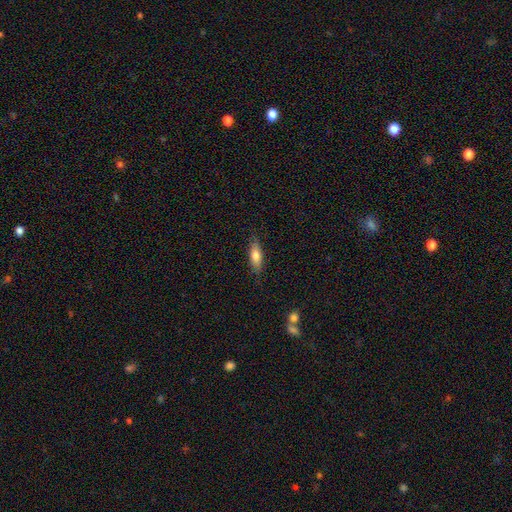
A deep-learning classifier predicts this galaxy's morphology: The model was most divided on "how rounded": in between: 57%, cigar-shaped: 40%, round: 2%. More confident: merging — none (83%); smooth or featured — smooth (75%).